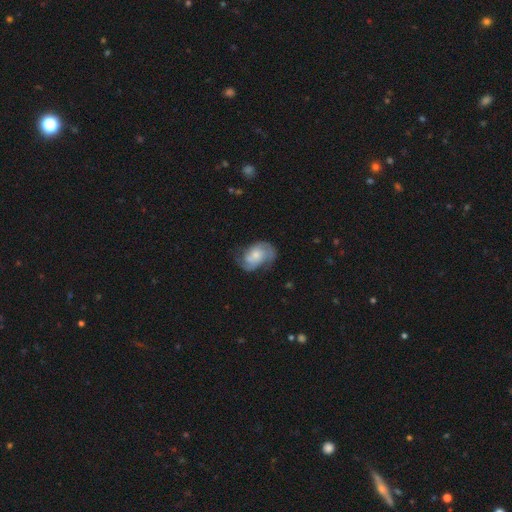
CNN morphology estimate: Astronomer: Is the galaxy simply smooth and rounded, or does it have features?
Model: featured or disk — 63%.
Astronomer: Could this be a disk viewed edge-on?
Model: no — 97%.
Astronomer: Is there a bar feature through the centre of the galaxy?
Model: no — 73%.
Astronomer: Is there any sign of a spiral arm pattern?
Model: yes — 87%.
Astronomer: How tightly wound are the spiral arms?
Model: medium — 43% (runner-up: tight, 31%).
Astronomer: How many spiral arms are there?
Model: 2 — 67%.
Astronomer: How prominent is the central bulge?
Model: small — 48% (runner-up: moderate, 38%).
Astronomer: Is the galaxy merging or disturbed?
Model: none — 53%.